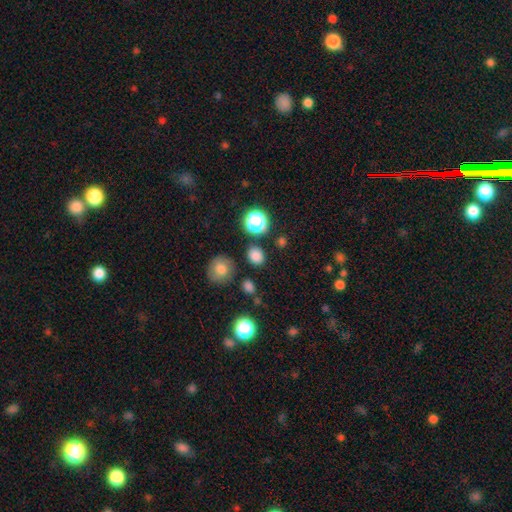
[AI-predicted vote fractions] smooth 78%, star or artifact 18%, featured or disk 4%. Down the decision tree: how rounded — round (69%); merging — none (84%).